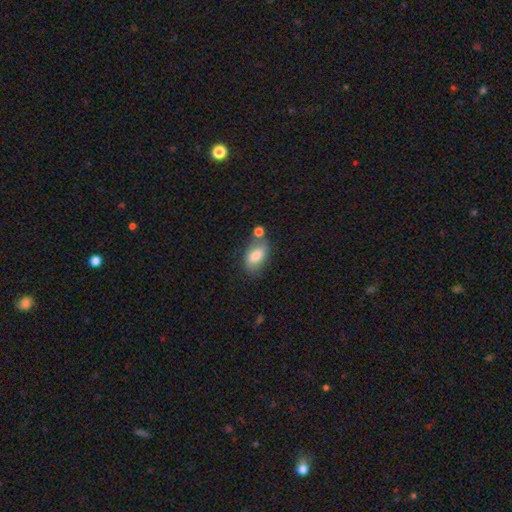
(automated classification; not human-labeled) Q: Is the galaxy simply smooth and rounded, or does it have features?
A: smooth — 76%.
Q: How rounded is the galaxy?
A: in between — 90%.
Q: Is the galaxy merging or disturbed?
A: none — 56%.